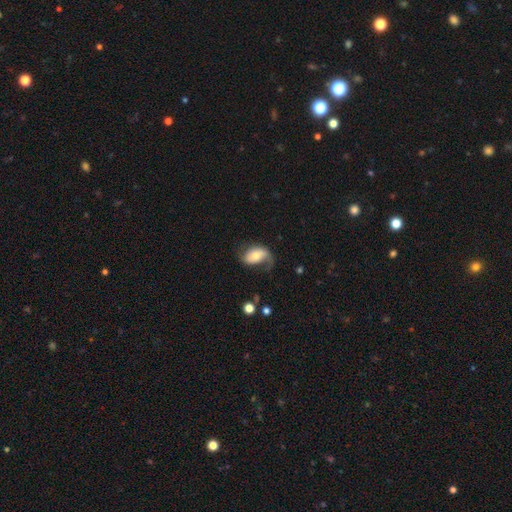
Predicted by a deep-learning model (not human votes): A featured or disk galaxy (53%) with no bar (62%), spiral arms (81%) and a moderate central bulge (56%).

Vote fractions:
- Smooth or featured? featured or disk: 53% / smooth: 39% / star or artifact: 7%
- Edge-on disk? no: 95% / yes: 5%
- Bar? no: 62% / weak: 26% / strong: 12%
- Spiral arms? yes: 81% / no: 19%
- Bulge size? moderate: 56% / small: 34% / large: 6% / none: 2% / dominant: 2%
- Merging? none: 42% / minor disturbance: 29% / major disturbance: 26% / merger: 2%